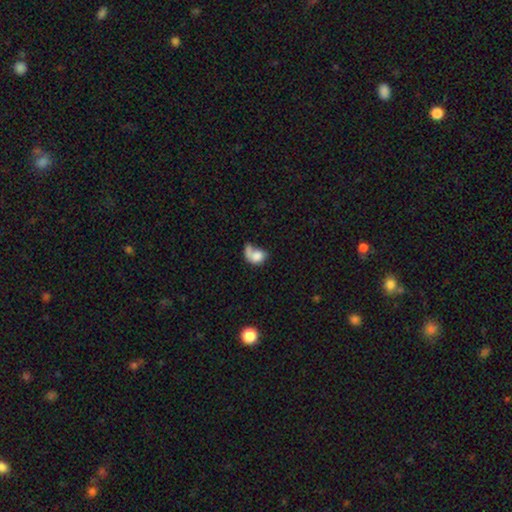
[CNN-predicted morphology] smooth 64%, featured or disk 26%, star or artifact 9%. Down the decision tree: how rounded — in between (62%); merging — major disturbance (32%).